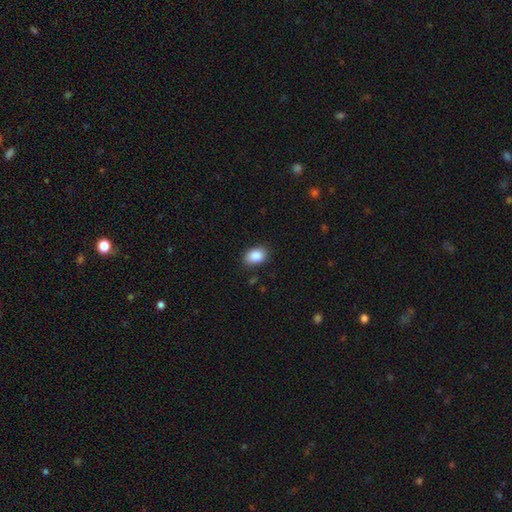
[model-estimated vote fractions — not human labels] Smooth or featured: smooth — 88% (star or artifact — 8%)
How rounded: in between — 84% (round — 15%)
Merging: none — 84% (minor disturbance — 12%)